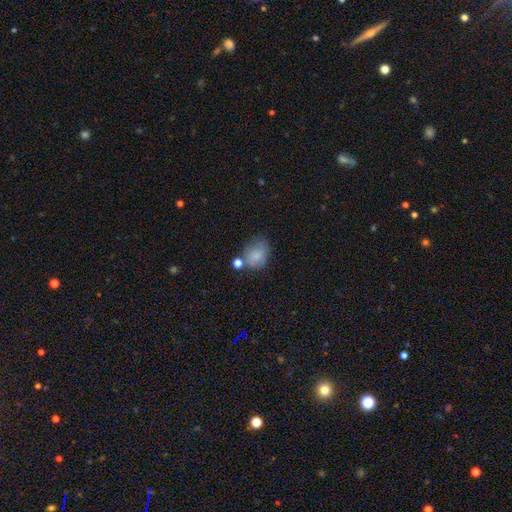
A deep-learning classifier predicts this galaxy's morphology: Smooth or featured?
  - smooth: 77% *
  - featured or disk: 13%
  - star or artifact: 10%
How rounded?
  - in between: 65% *
  - round: 34%
  - cigar-shaped: 1%
Merging?
  - none: 48% *
  - minor disturbance: 25%
  - merger: 15%
  - major disturbance: 12%